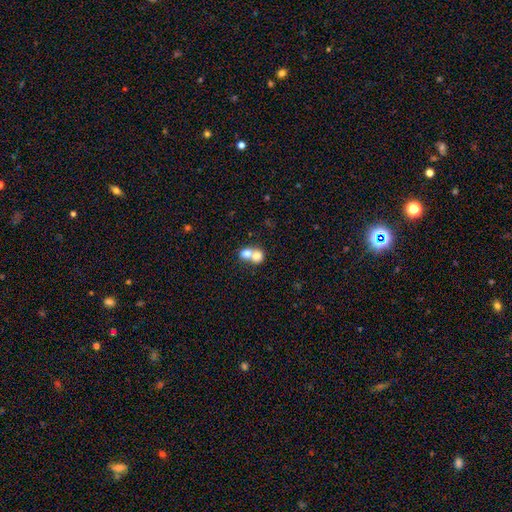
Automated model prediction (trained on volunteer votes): A smooth galaxy with no disk features (72%) that is round (63%).

Vote fractions:
- Smooth or featured? smooth: 72% / featured or disk: 19% / star or artifact: 9%
- How rounded? round: 63% / in between: 36% / cigar-shaped: 1%
- Merging? merger: 73% / none: 20% / minor disturbance: 4% / major disturbance: 3%